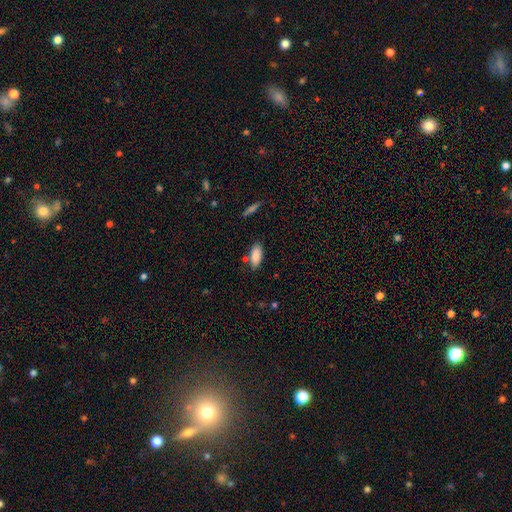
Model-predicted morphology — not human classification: Overall: smooth (88%). How rounded: in between (87%). Merging: none (77%).